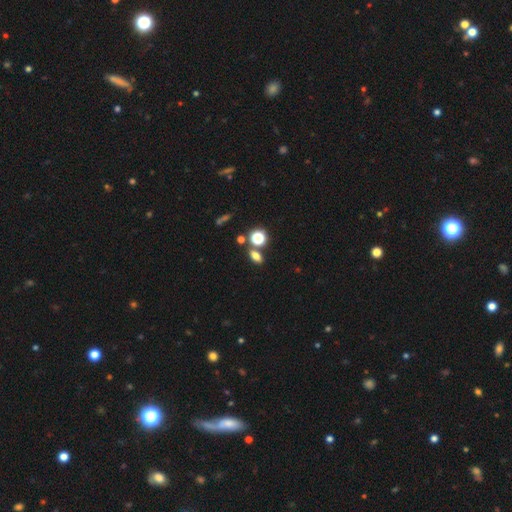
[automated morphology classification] type=smooth (70%); roundness=in between (71%); merging=none (70%).